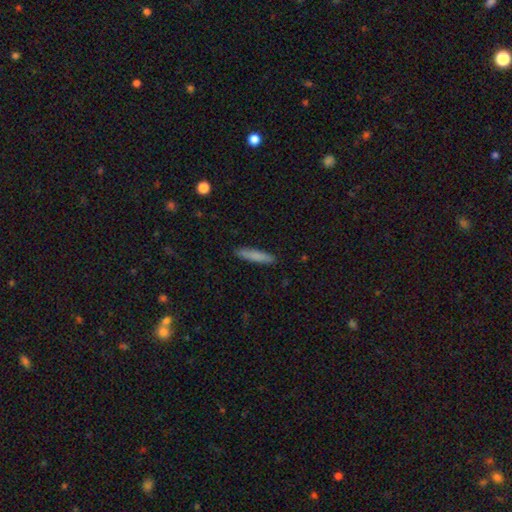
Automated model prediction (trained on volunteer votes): Smooth or featured? Predicted: smooth (p=0.82). How rounded? Predicted: cigar-shaped (p=0.88). Merging? Predicted: none (p=0.89).